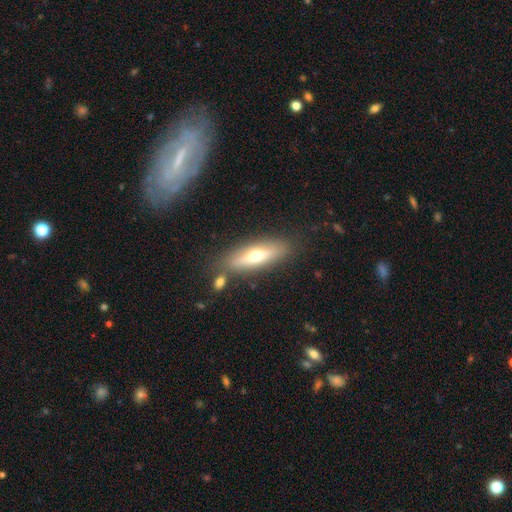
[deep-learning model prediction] Smooth or featured? Predicted: smooth (p=0.52). How rounded? Predicted: cigar-shaped (p=0.55). Merging? Predicted: none (p=0.77).